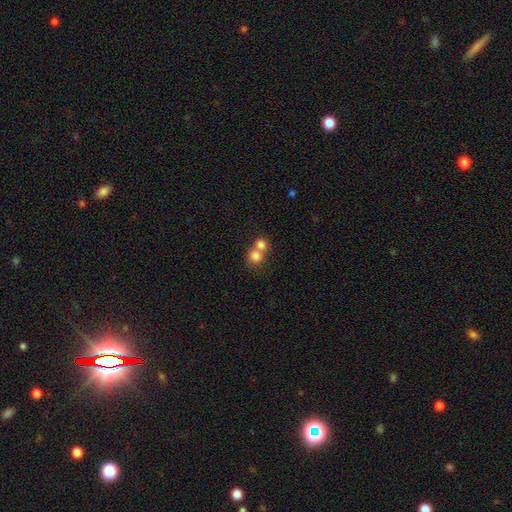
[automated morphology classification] A smooth galaxy with no disk features (79%) that is round (81%). Merging: merger (60%).